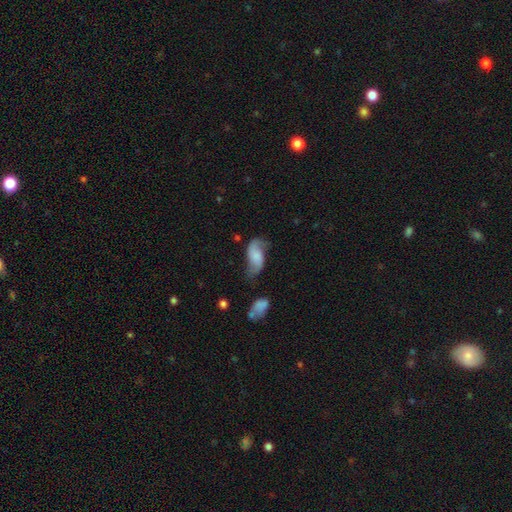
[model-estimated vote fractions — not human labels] Smooth or featured: featured or disk — 54% (smooth — 38%)
Edge-on disk: no — 95% (yes — 5%)
Bar: no — 61% (weak — 31%)
Spiral arms: yes — 89% (no — 11%)
Bulge size: none — 43% (small — 22%)
Merging: none — 49% (minor disturbance — 28%)